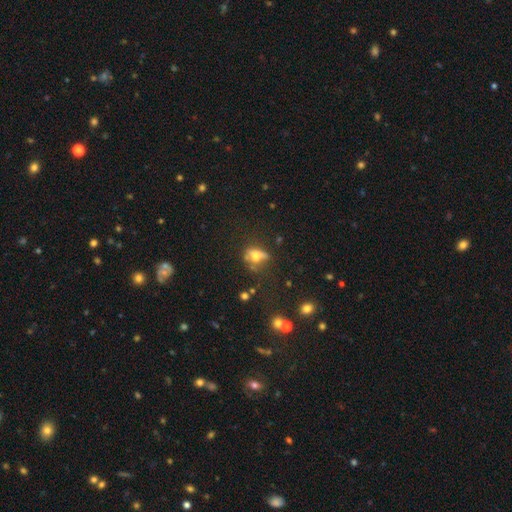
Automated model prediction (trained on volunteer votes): smooth_or_featured: smooth (p=0.56) [alt: featured or disk p=0.27]
how_rounded: in between (p=0.64) [alt: round p=0.29]
merging: none (p=0.40) [alt: minor disturbance p=0.24]